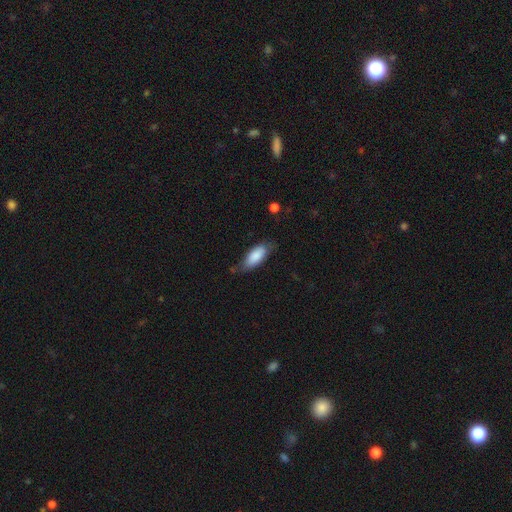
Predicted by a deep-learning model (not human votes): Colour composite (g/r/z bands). It shows a smooth galaxy with no disk features (83%) that is in between round and cigar-shaped (81%). Merging: none (59%).